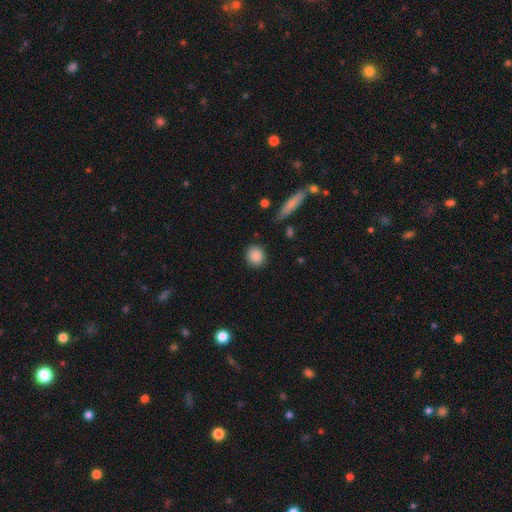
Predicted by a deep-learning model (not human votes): This is clearly a smooth galaxy (88%). How rounded: clearly round (83%). Merging: clearly none (87%).